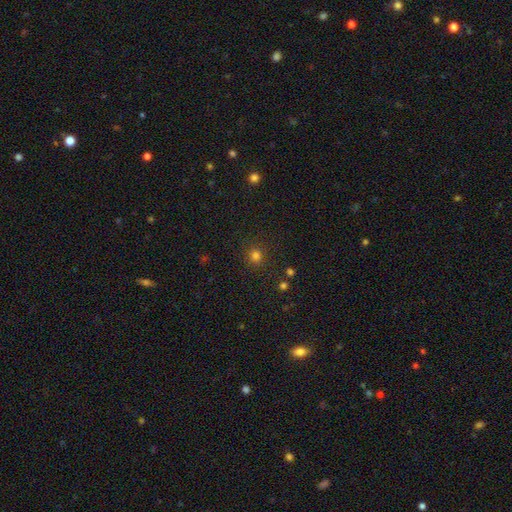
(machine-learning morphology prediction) Smooth or featured: smooth — 77% (star or artifact — 18%)
How rounded: round — 89% (in between — 10%)
Merging: none — 87% (minor disturbance — 8%)